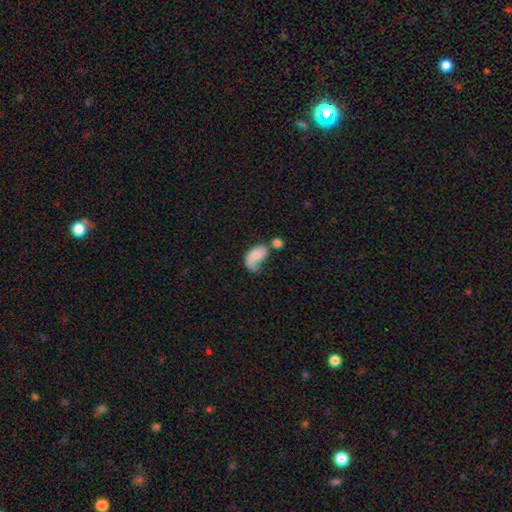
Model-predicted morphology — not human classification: The model was most divided on "merging": major disturbance: 32%, none: 25%, merger: 23%, minor disturbance: 20%. More confident: how rounded — in between (87%); smooth or featured — smooth (55%).